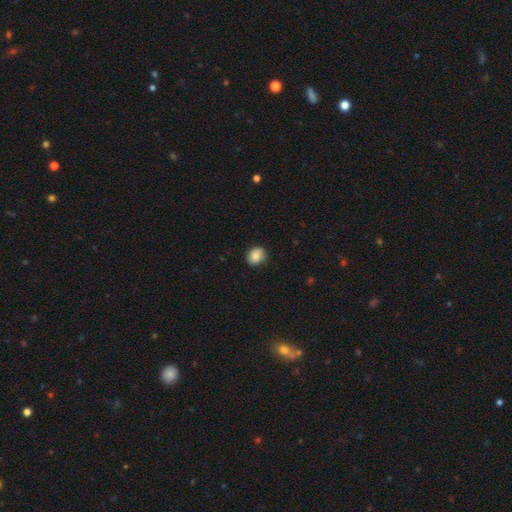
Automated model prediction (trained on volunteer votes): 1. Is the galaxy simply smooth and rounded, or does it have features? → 84% smooth, 8% star or artifact, 7% featured or disk.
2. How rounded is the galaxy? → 57% round, 42% in between, 1% cigar-shaped.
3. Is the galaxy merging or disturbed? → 79% none, 16% minor disturbance, 3% major disturbance, 1% merger.